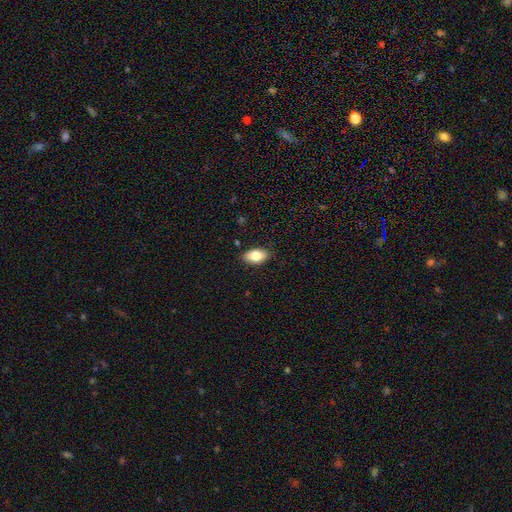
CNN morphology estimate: A smooth galaxy with no disk features (82%) that is in between round and cigar-shaped (92%).

Vote fractions:
- Smooth or featured? smooth: 82% / featured or disk: 11% / star or artifact: 7%
- How rounded? in between: 92% / round: 5% / cigar-shaped: 3%
- Merging? none: 87% / minor disturbance: 10% / major disturbance: 2% / merger: 1%